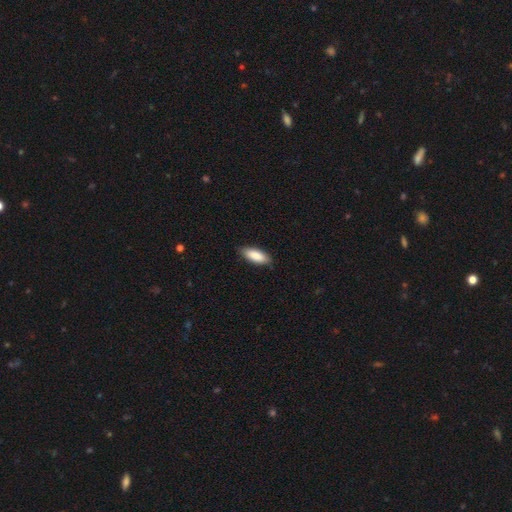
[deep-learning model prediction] smooth-or-featured: smooth: 87% | featured or disk: 7% | star or artifact: 6%
  how-rounded: in between: 77% | cigar-shaped: 21% | round: 2%
  merging: none: 85% | minor disturbance: 12% | major disturbance: 2% | merger: 1%